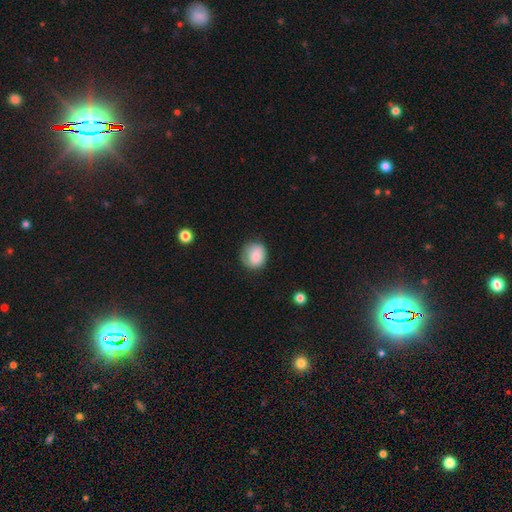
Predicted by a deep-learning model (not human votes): smooth_or_featured: smooth (p=0.82) [alt: featured or disk p=0.11]
how_rounded: round (p=0.74) [alt: in between p=0.25]
merging: none (p=0.65) [alt: minor disturbance p=0.24]